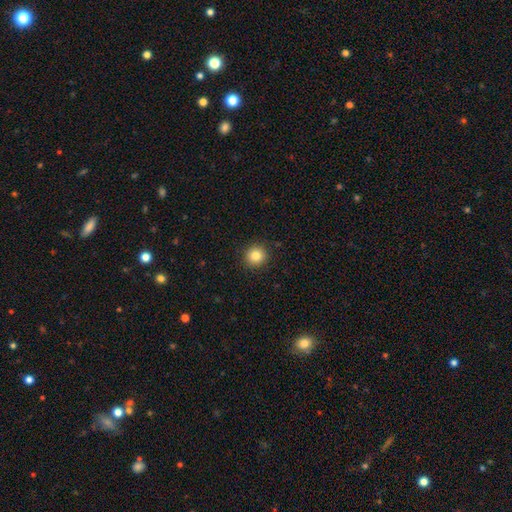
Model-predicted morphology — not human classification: This is clearly a smooth galaxy (83%). How rounded: clearly round (93%). Merging: clearly none (91%).